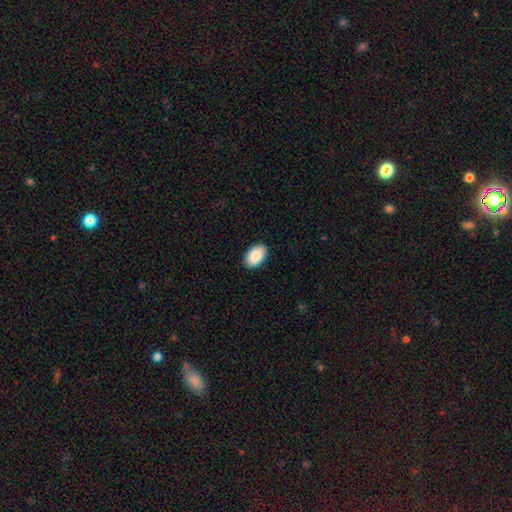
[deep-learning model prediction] smooth-or-featured: smooth: 90% | star or artifact: 6% | featured or disk: 4%
  how-rounded: in between: 92% | round: 7% | cigar-shaped: 1%
  merging: none: 90% | minor disturbance: 8% | major disturbance: 2% | merger: 1%